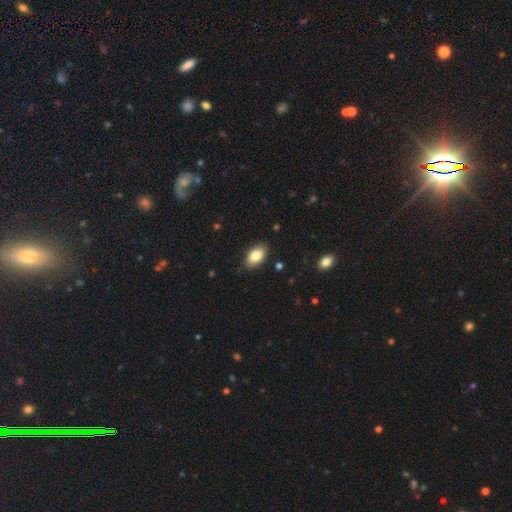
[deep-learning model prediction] Smooth or featured?
  - smooth: 84% *
  - featured or disk: 9%
  - star or artifact: 7%
How rounded?
  - in between: 93% *
  - round: 6%
  - cigar-shaped: 2%
Merging?
  - none: 85% *
  - minor disturbance: 12%
  - major disturbance: 2%
  - merger: 1%